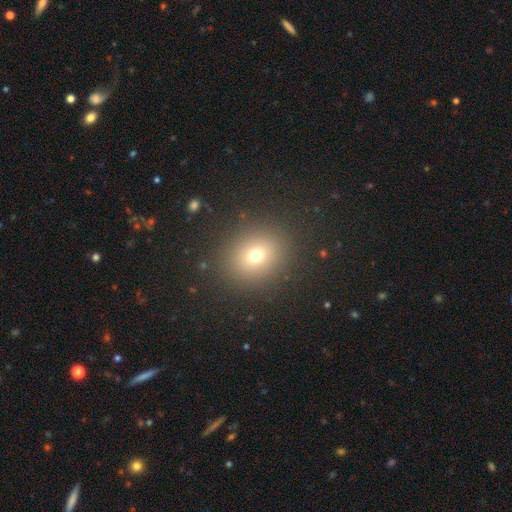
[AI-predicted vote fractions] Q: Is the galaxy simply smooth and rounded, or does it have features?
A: smooth — 71%.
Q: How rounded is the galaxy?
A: round — 74%.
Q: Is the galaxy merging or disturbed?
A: none — 88%.